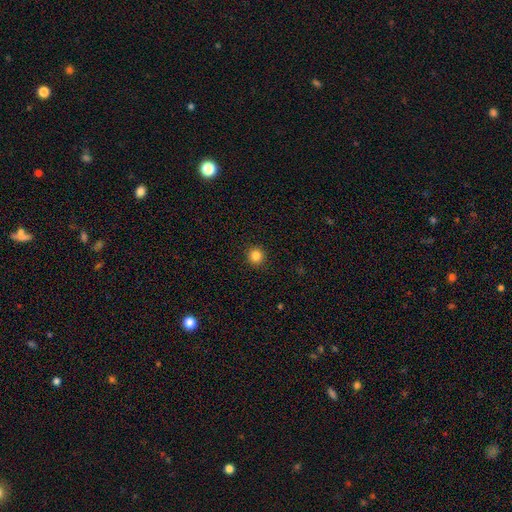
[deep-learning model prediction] smooth_or_featured: smooth (p=0.84) [alt: star or artifact p=0.12]
how_rounded: round (p=0.95) [alt: in between p=0.04]
merging: none (p=0.93) [alt: minor disturbance p=0.05]